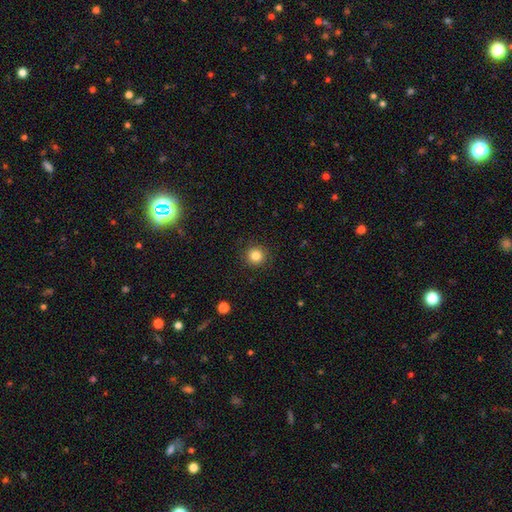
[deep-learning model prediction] smooth_or_featured: smooth (p=0.83) [alt: star or artifact p=0.11]
how_rounded: round (p=0.94) [alt: in between p=0.05]
merging: none (p=0.91) [alt: minor disturbance p=0.06]